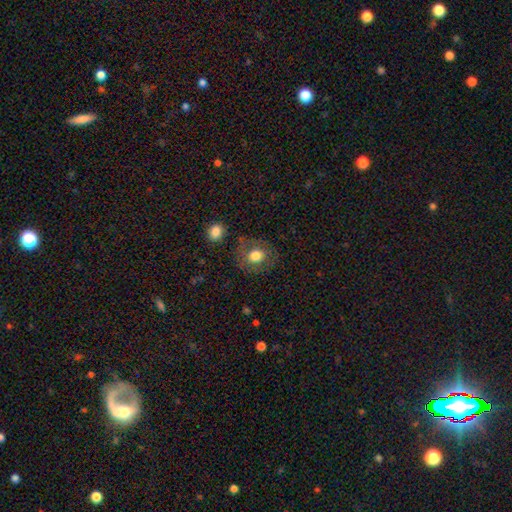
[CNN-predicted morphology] A smooth galaxy with no disk features (74%) that is round (75%).

Vote fractions:
- Smooth or featured? smooth: 74% / featured or disk: 17% / star or artifact: 9%
- How rounded? round: 75% / in between: 24% / cigar-shaped: 1%
- Merging? none: 76% / minor disturbance: 14% / major disturbance: 7% / merger: 3%